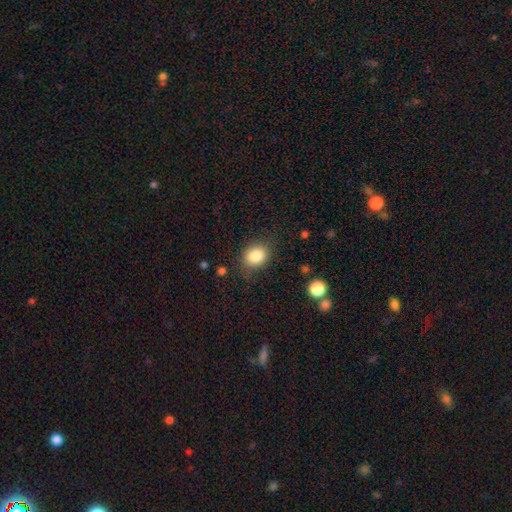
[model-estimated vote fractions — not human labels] smooth_or_featured: smooth (p=0.84) [alt: star or artifact p=0.10]
how_rounded: round (p=0.55) [alt: in between p=0.44]
merging: none (p=0.77) [alt: minor disturbance p=0.16]